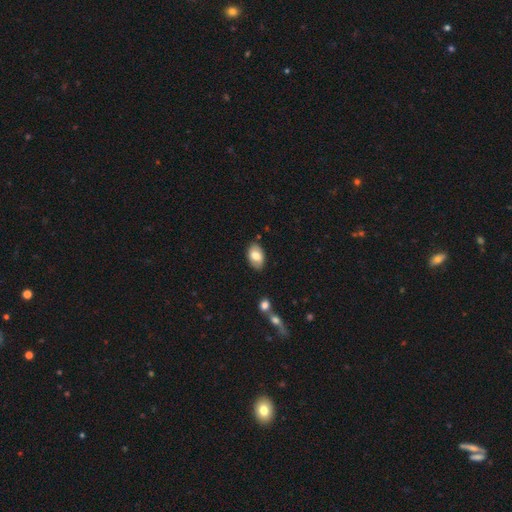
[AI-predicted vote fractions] Smooth or featured?
  - smooth: 78% *
  - featured or disk: 15%
  - star or artifact: 7%
How rounded?
  - in between: 92% *
  - round: 7%
  - cigar-shaped: 1%
Merging?
  - none: 82% *
  - minor disturbance: 13%
  - major disturbance: 2%
  - merger: 2%